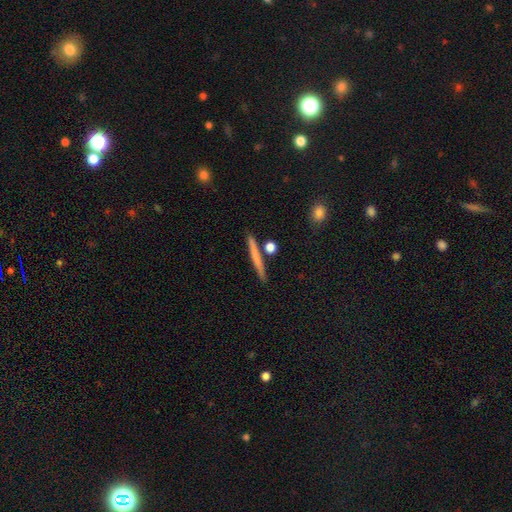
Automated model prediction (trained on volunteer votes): Q: Smooth or featured?
A: smooth (62%); runner-up: featured or disk (32%)
Q: How rounded?
A: cigar-shaped (94%); runner-up: in between (3%)
Q: Merging?
A: none (83%); runner-up: minor disturbance (8%)